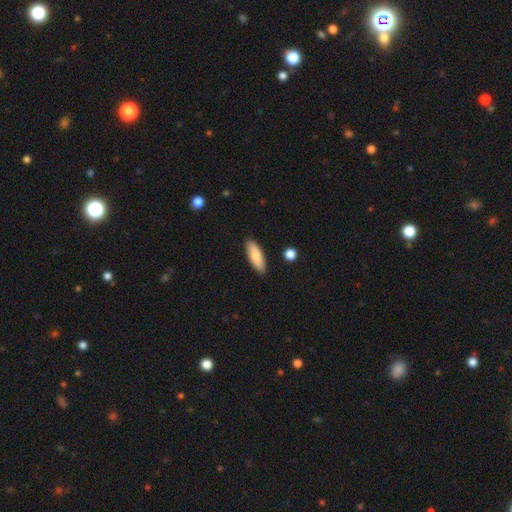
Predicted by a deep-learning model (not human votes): Morphology: type=smooth (82%); roundness=in between (65%); merging=none (88%).